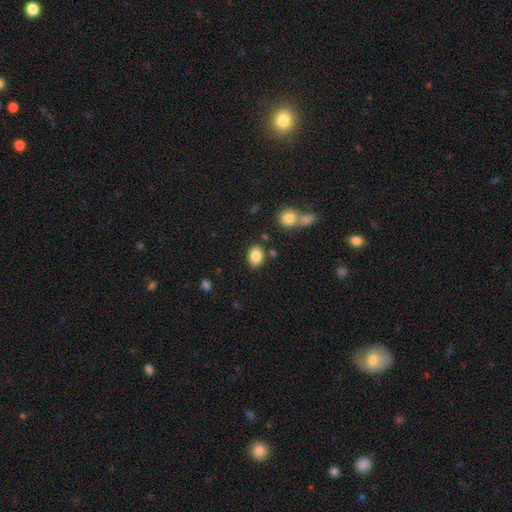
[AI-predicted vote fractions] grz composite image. It shows a smooth galaxy with no disk features (86%) that is in between round and cigar-shaped (74%). Merging: none (81%).